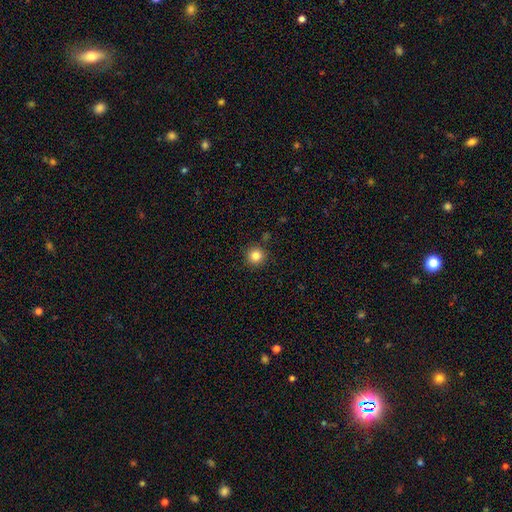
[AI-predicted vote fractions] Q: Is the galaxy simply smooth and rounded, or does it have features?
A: smooth — 84%.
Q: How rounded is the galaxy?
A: round — 95%.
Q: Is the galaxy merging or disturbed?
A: none — 89%.